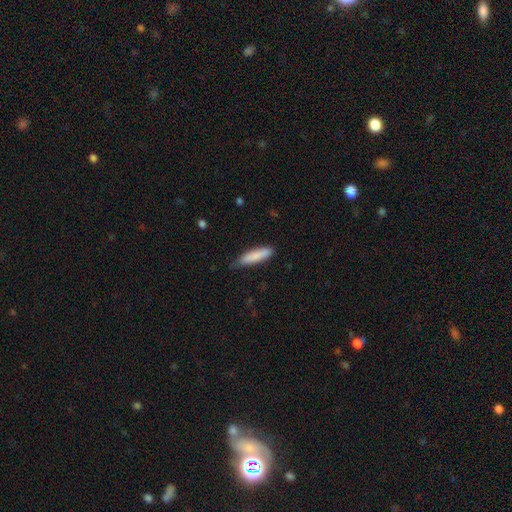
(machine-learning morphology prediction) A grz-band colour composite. It shows a smooth galaxy with no disk features (86%) that is cigar-shaped (74%). Merging: none (71%).